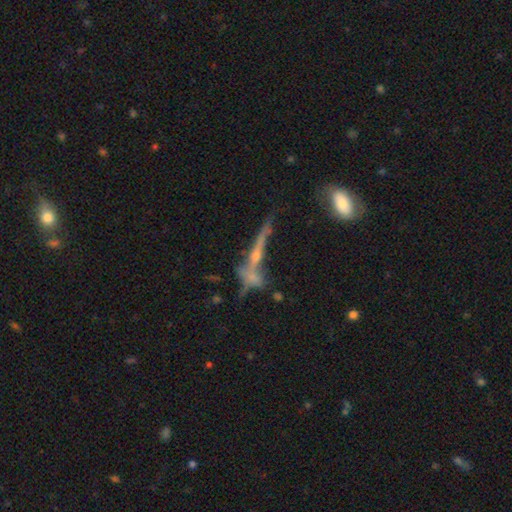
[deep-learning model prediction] A featured or disk galaxy (60%) viewed edge-on (78%).

Vote fractions:
- Smooth or featured? featured or disk: 60% / smooth: 25% / star or artifact: 15%
- Edge-on disk? yes: 78% / no: 22%
- Merging? none: 40% / merger: 32% / minor disturbance: 15% / major disturbance: 13%